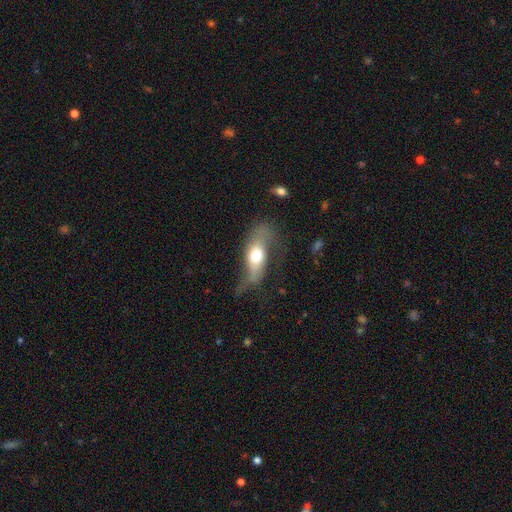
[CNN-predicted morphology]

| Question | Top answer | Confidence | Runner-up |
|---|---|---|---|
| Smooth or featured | featured or disk | 48% | smooth (45%) |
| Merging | major disturbance | 34% | none (33%) |